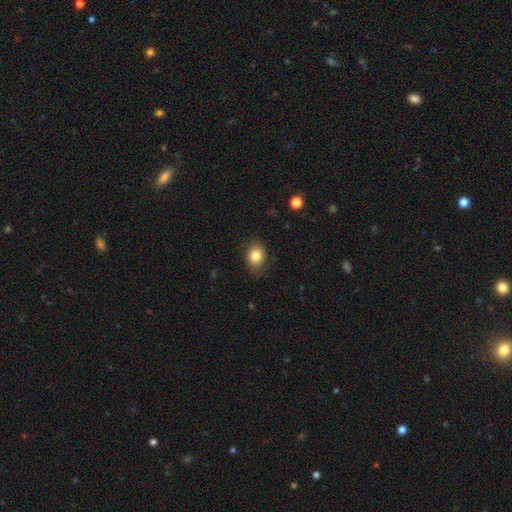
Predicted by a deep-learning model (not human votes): smooth-or-featured: smooth: 82% | star or artifact: 9% | featured or disk: 8%
  how-rounded: in between: 54% | round: 45% | cigar-shaped: 1%
  merging: none: 80% | minor disturbance: 16% | major disturbance: 4% | merger: 1%